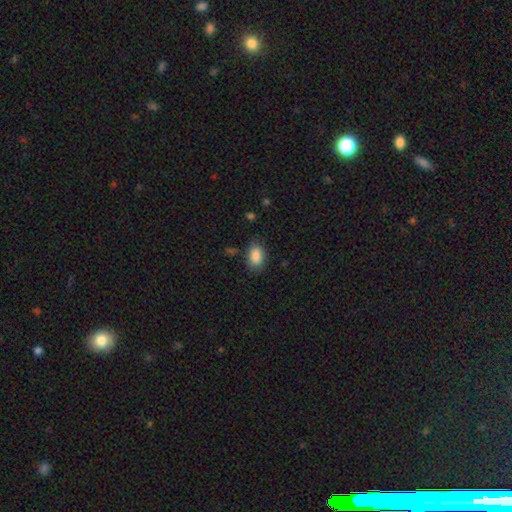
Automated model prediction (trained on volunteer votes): Overall: smooth (87%). How rounded: in between (89%). Merging: none (80%).